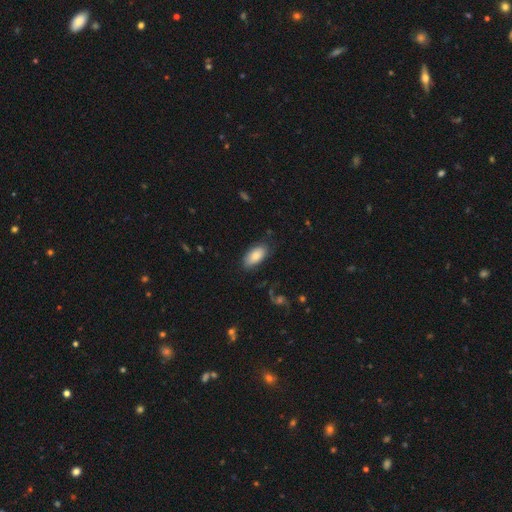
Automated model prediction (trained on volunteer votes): This is clearly a smooth galaxy (80%). How rounded: clearly in between (92%). Merging: likely none (77%).